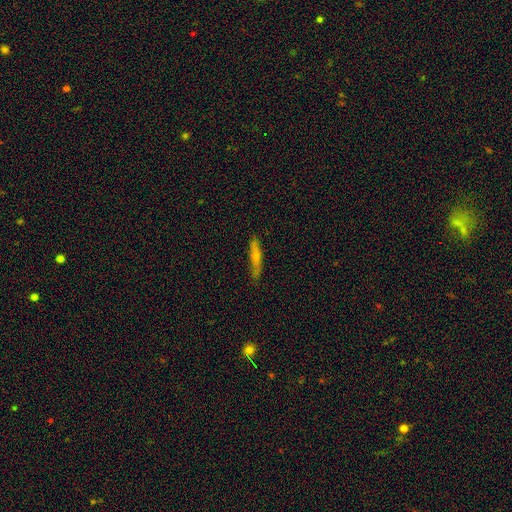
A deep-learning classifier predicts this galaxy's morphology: This appears to be a featured or disk galaxy (48%). Merging: none (84%).